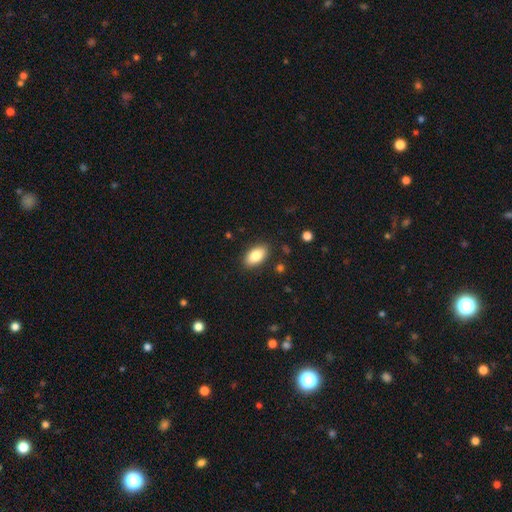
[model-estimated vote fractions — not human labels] Smooth or featured? Predicted: smooth (p=0.82). How rounded? Predicted: in between (p=0.92). Merging? Predicted: none (p=0.88).